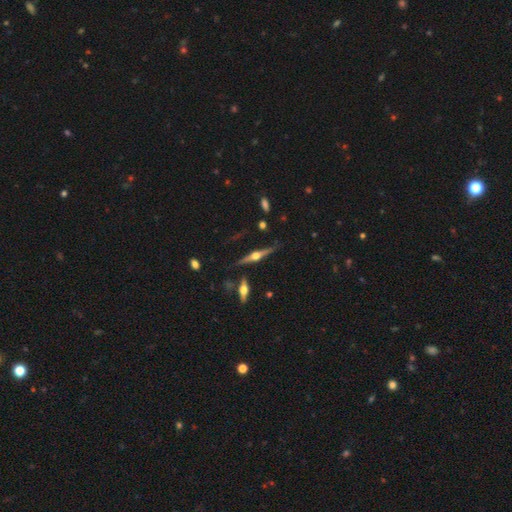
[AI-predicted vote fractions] A featured or disk galaxy (84%) viewed edge-on (98%) with a rounded central bulge (96%). Merging: none (81%).